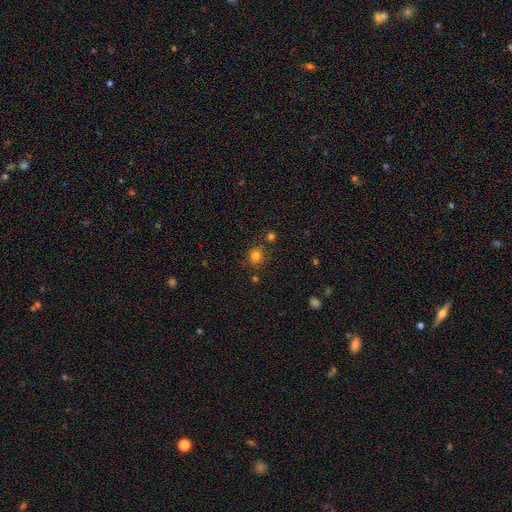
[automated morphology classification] type=smooth (80%); roundness=round (85%); merging=none (80%).